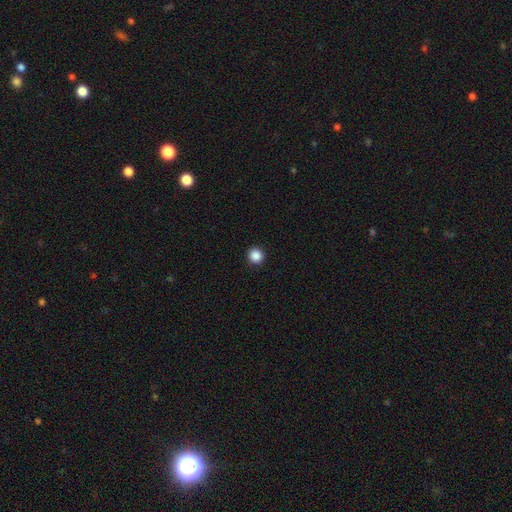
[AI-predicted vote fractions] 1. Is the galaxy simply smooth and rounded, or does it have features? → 88% smooth, 10% star or artifact, 2% featured or disk.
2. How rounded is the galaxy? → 93% round, 6% in between, 1% cigar-shaped.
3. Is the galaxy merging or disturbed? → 93% none, 4% minor disturbance, 1% major disturbance, 1% merger.